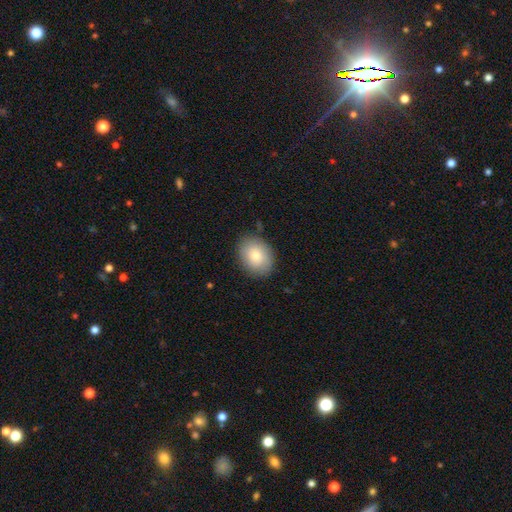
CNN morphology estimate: smooth-or-featured: smooth: 81% | featured or disk: 12% | star or artifact: 7%
  how-rounded: in between: 62% | round: 37% | cigar-shaped: 1%
  merging: none: 85% | minor disturbance: 11% | major disturbance: 3% | merger: 1%